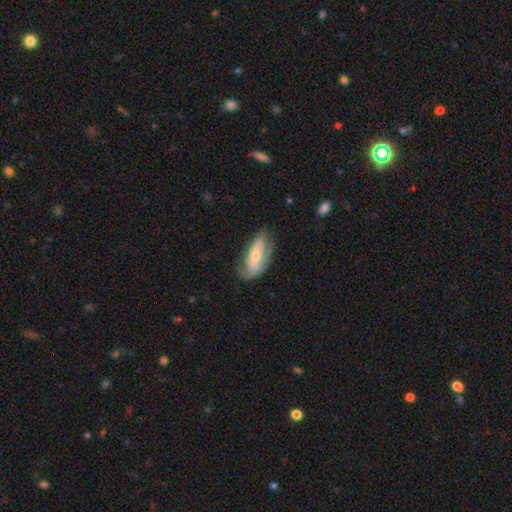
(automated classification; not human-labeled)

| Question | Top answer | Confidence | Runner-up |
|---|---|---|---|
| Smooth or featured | featured or disk | 49% | smooth (45%) |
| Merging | none | 56% | minor disturbance (29%) |